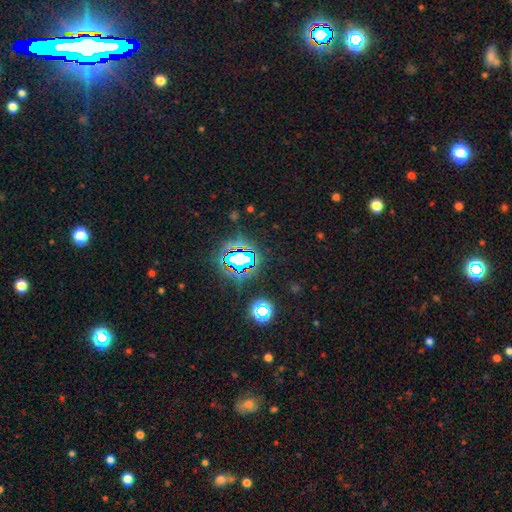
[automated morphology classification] Overall: star or artifact (82%).